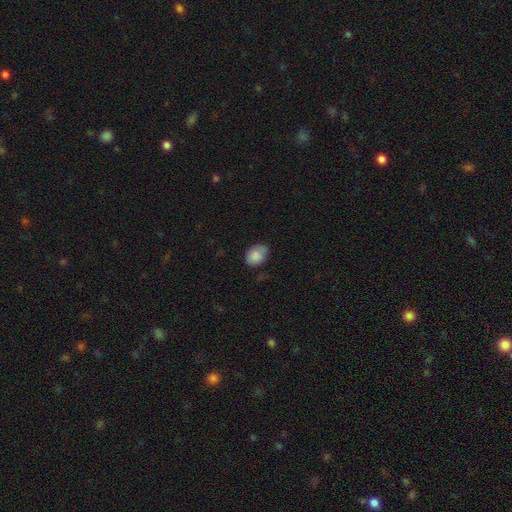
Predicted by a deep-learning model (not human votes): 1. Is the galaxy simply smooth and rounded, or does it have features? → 84% smooth, 8% star or artifact, 8% featured or disk.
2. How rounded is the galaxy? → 71% in between, 28% round, 1% cigar-shaped.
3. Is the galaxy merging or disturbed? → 63% none, 28% minor disturbance, 7% major disturbance, 2% merger.